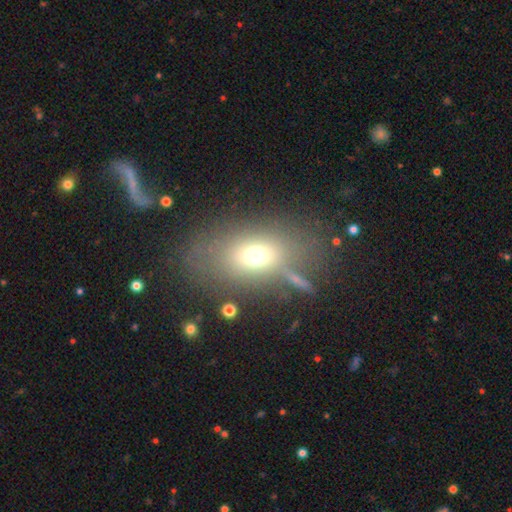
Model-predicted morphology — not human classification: Smooth or featured? Predicted: smooth (p=0.65). How rounded? Predicted: in between (p=0.74). Merging? Predicted: none (p=0.63).